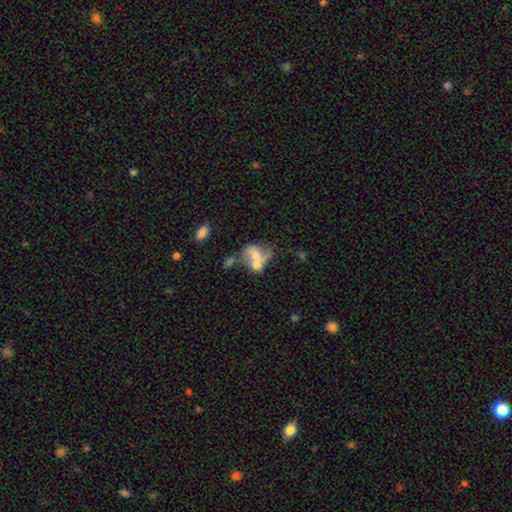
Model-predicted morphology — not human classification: Overall: featured or disk (45%; smooth 44%). Merging: merger (51%; none 21%).